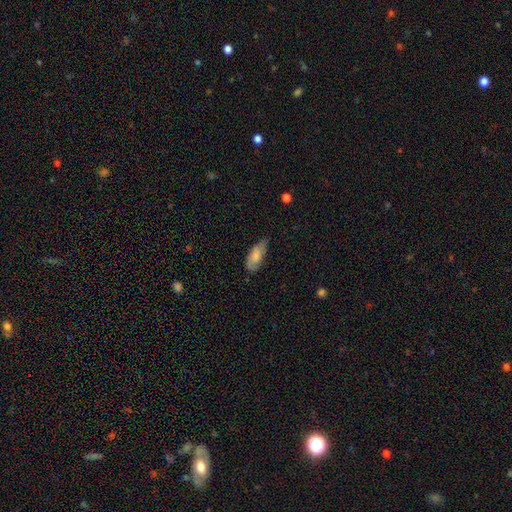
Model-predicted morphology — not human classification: Smooth or featured? smooth (80%)
How rounded? in between (80%)
Merging? none (61%)